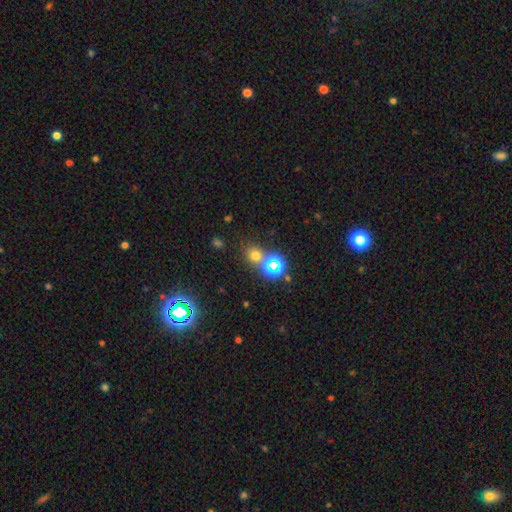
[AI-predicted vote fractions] This appears to be a smooth galaxy with no disk features (58%) that is round (80%). Merging: none (68%).